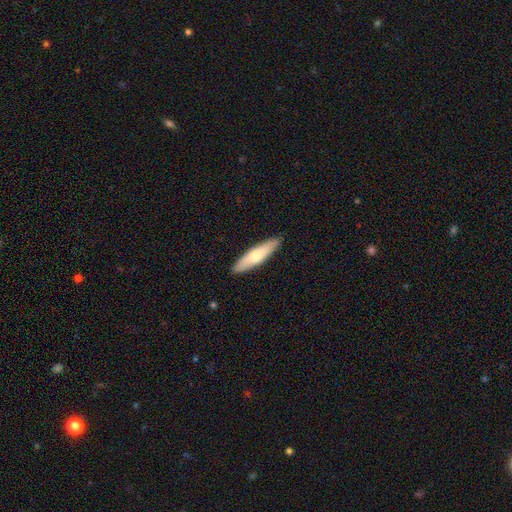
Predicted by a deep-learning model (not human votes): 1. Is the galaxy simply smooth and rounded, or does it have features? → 67% smooth, 28% featured or disk, 5% star or artifact.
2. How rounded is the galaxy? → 74% cigar-shaped, 25% in between, 2% round.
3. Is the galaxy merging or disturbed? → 90% none, 8% minor disturbance, 2% major disturbance, 1% merger.